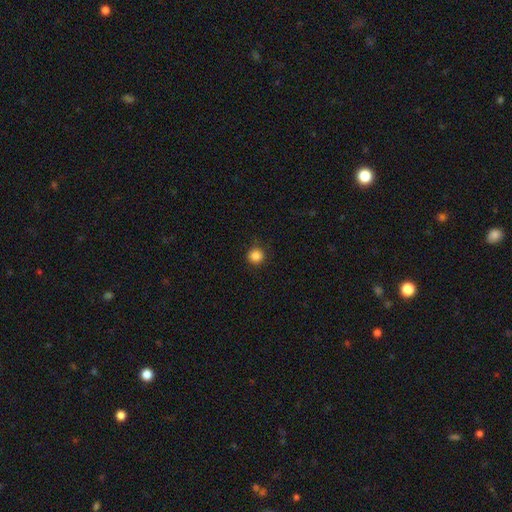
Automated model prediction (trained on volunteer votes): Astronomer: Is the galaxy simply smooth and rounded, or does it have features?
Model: smooth — 86%.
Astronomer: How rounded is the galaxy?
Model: round — 93%.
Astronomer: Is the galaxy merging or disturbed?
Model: none — 89%.